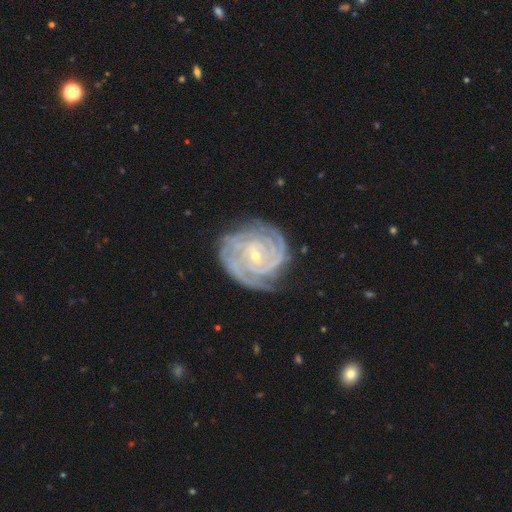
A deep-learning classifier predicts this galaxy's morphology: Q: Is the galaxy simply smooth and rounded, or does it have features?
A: featured or disk — 91%.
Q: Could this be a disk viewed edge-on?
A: no — 98%.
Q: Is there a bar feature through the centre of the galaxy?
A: no — 56%.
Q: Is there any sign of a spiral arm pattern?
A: yes — 98%.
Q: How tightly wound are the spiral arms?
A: tight — 83%.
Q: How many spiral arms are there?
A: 3 — 26%.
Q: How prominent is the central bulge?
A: small — 76%.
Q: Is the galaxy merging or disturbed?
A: none — 74%.